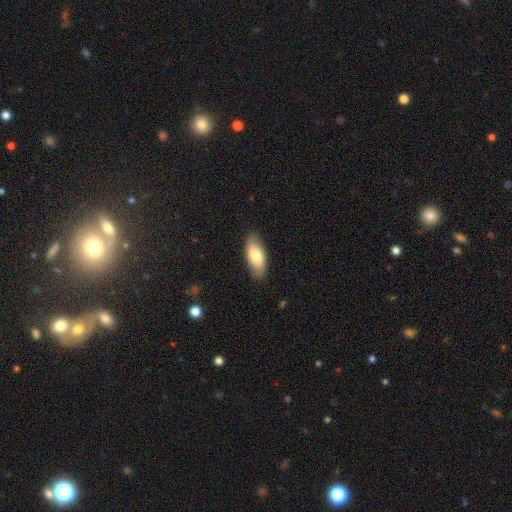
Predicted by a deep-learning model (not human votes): Smooth or featured? Predicted: smooth (p=0.75). How rounded? Predicted: in between (p=0.88). Merging? Predicted: none (p=0.85).